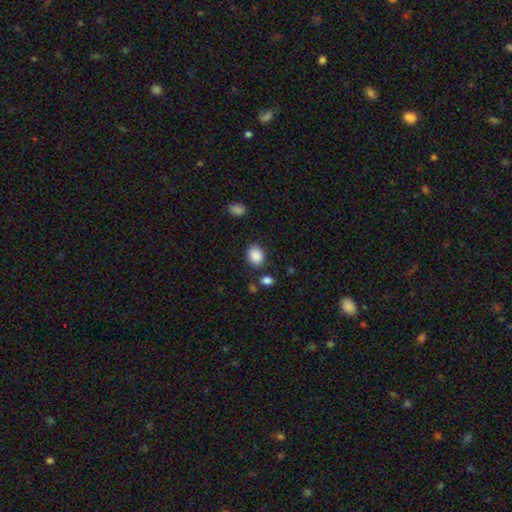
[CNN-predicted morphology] Q: Smooth or featured?
A: smooth (88%); runner-up: star or artifact (8%)
Q: How rounded?
A: in between (55%); runner-up: round (44%)
Q: Merging?
A: none (82%); runner-up: minor disturbance (11%)